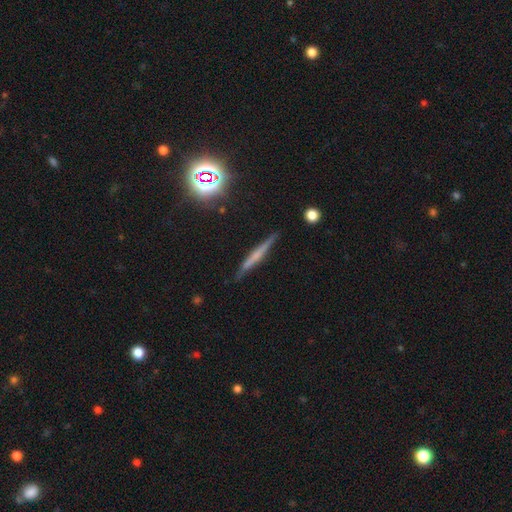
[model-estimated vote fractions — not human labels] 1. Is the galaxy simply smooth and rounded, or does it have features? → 55% featured or disk, 32% smooth, 13% star or artifact.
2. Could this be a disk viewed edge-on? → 96% yes, 4% no.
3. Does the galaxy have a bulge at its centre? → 52% none, 32% rounded, 16% boxy.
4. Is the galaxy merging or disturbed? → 88% none, 9% minor disturbance, 2% major disturbance, 2% merger.